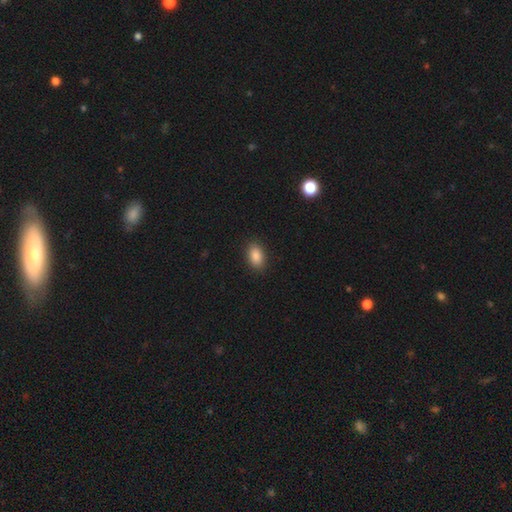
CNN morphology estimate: Smooth or featured?
  - smooth: 88% *
  - star or artifact: 8%
  - featured or disk: 4%
How rounded?
  - in between: 90% *
  - round: 8%
  - cigar-shaped: 2%
Merging?
  - none: 89% *
  - minor disturbance: 8%
  - major disturbance: 2%
  - merger: 1%